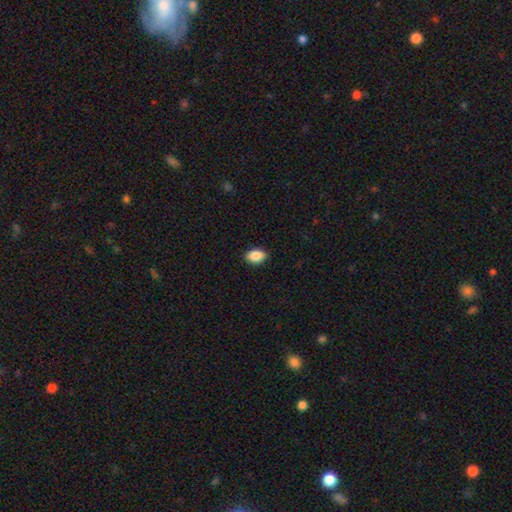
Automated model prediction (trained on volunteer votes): The model was most divided on "how rounded": in between: 83%, round: 16%, cigar-shaped: 1%. More confident: merging — none (89%); smooth or featured — smooth (88%).